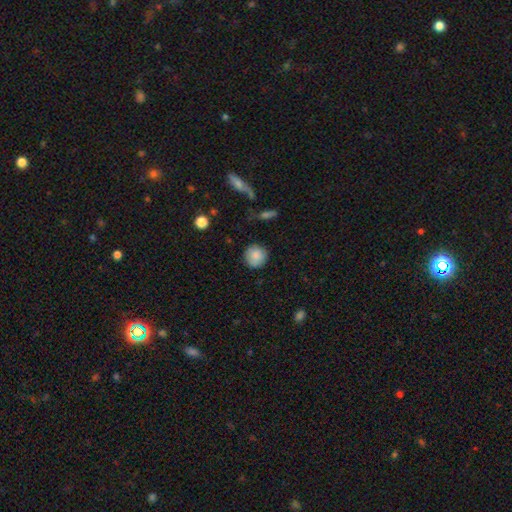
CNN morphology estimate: smooth_or_featured: smooth (p=0.85) [alt: star or artifact p=0.08]
how_rounded: round (p=0.92) [alt: in between p=0.07]
merging: none (p=0.86) [alt: minor disturbance p=0.10]